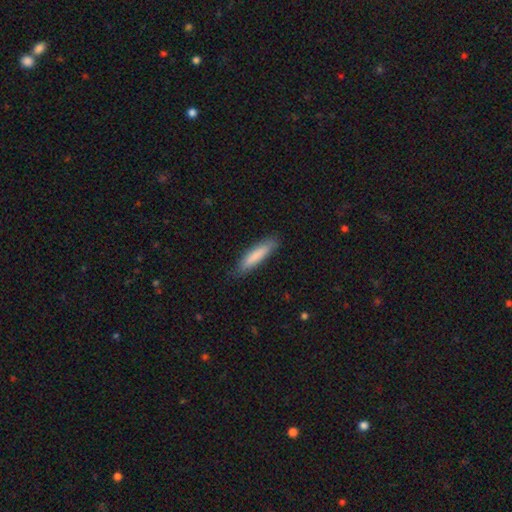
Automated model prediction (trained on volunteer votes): Overall: smooth (83%). How rounded: cigar-shaped (82%). Merging: none (85%).